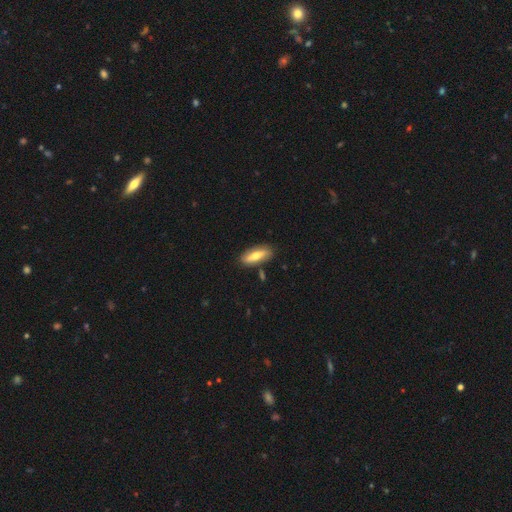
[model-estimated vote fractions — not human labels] Q: Smooth or featured?
A: smooth (62%); runner-up: featured or disk (33%)
Q: How rounded?
A: in between (65%); runner-up: cigar-shaped (32%)
Q: Merging?
A: none (83%); runner-up: minor disturbance (12%)